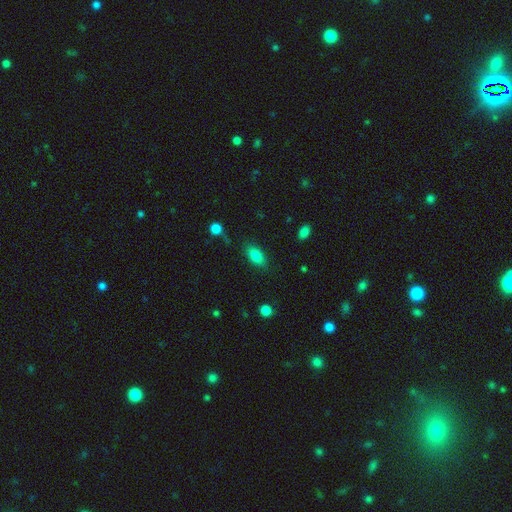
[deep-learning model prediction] Smooth or featured: smooth — 82% (featured or disk — 10%)
How rounded: in between — 88% (cigar-shaped — 6%)
Merging: none — 80% (minor disturbance — 14%)